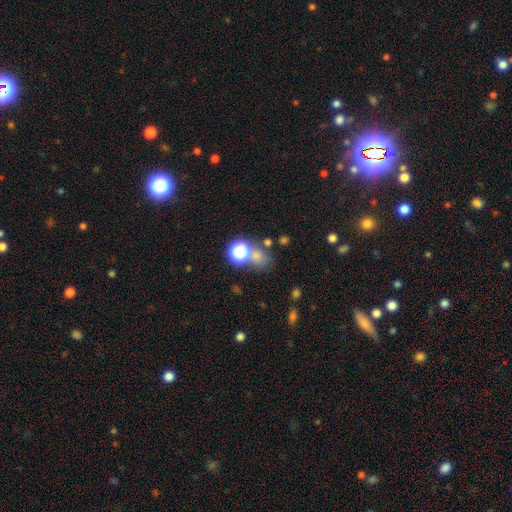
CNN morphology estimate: This is possibly a smooth galaxy (49%). Merging: likely none (60%).